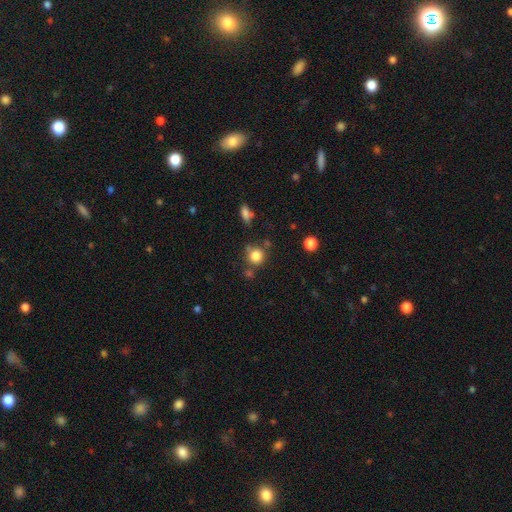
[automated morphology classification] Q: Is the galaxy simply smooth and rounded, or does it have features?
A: smooth — 83%.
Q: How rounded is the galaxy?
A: round — 90%.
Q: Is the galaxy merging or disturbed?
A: none — 71%.